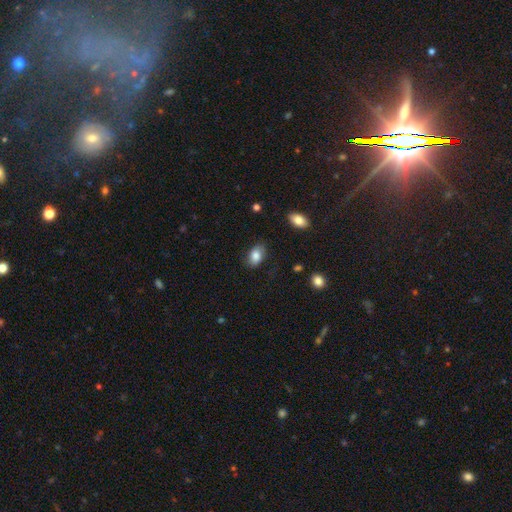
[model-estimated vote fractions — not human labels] Smooth or featured? Predicted: smooth (p=0.83). How rounded? Predicted: in between (p=0.89). Merging? Predicted: none (p=0.79).